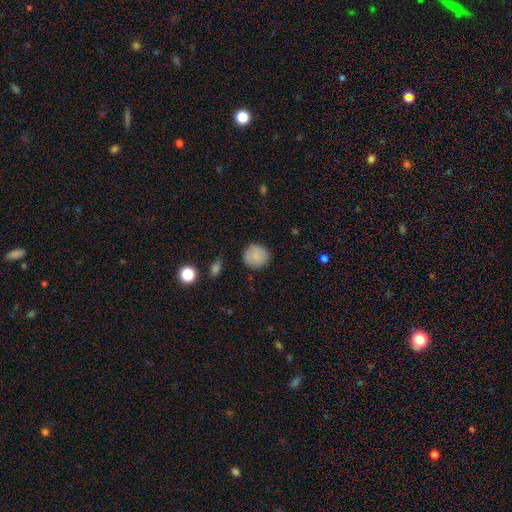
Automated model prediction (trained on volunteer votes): Smooth or featured: smooth — 84% (star or artifact — 8%)
How rounded: round — 91% (in between — 8%)
Merging: none — 86% (minor disturbance — 10%)